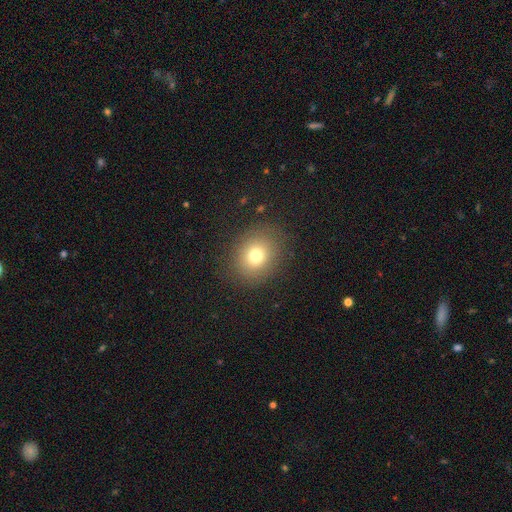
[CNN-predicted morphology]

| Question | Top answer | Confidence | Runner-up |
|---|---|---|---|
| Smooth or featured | smooth | 73% | star or artifact (15%) |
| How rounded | round | 69% | in between (31%) |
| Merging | none | 85% | minor disturbance (9%) |